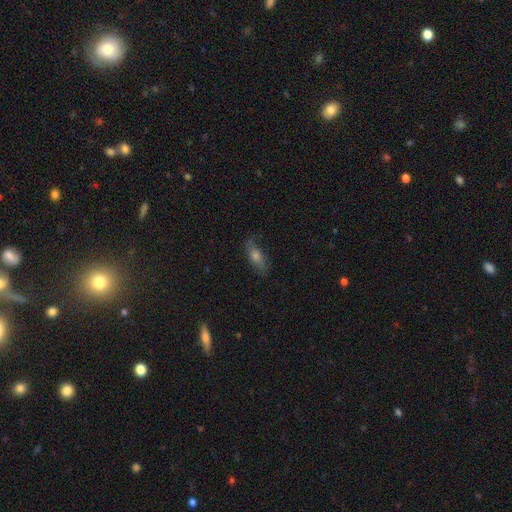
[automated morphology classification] Smooth or featured? Predicted: smooth (p=0.47). Merging? Predicted: none (p=0.71).